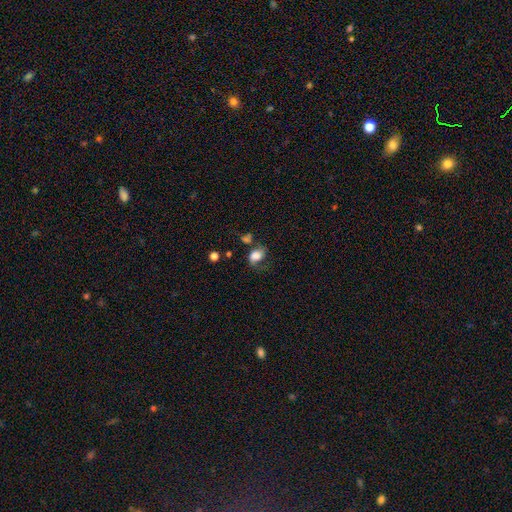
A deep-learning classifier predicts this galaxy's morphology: A smooth galaxy with no disk features (72%) that is in between round and cigar-shaped (64%).

Vote fractions:
- Smooth or featured? smooth: 72% / featured or disk: 18% / star or artifact: 10%
- How rounded? in between: 64% / round: 35% / cigar-shaped: 1%
- Merging? none: 39% / minor disturbance: 27% / major disturbance: 25% / merger: 9%